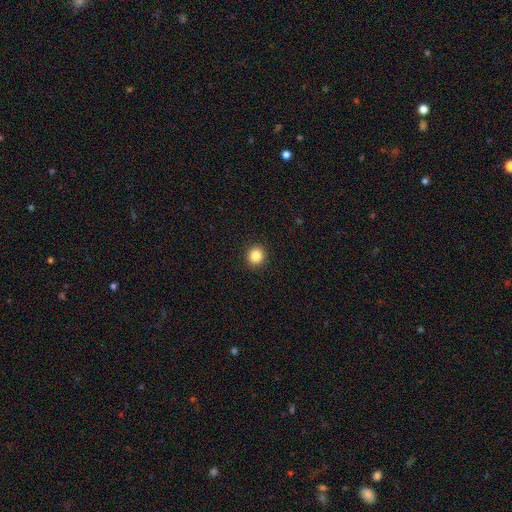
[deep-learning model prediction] A smooth galaxy with no disk features (86%) that is round (88%). Merging: none (92%).